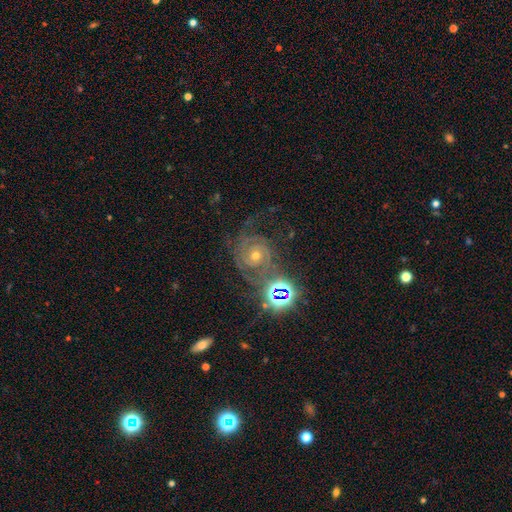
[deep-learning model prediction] This appears to be a featured or disk galaxy (79%) with no bar (73%), 2 (46%) tight (68%) spiral arms (97%) and a moderate central bulge (54%). Merging: none (62%).